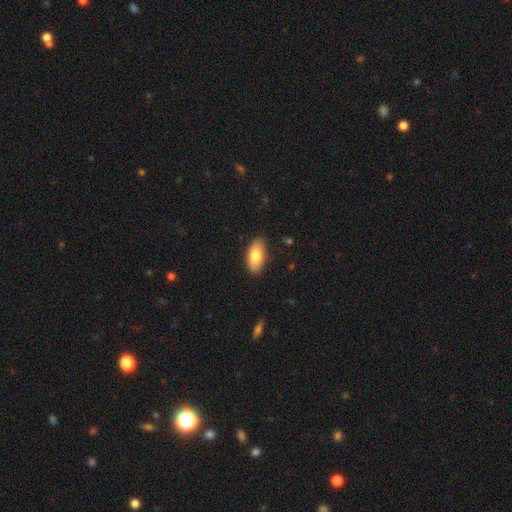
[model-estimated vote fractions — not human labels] Smooth or featured? smooth (80%)
How rounded? in between (92%)
Merging? none (86%)